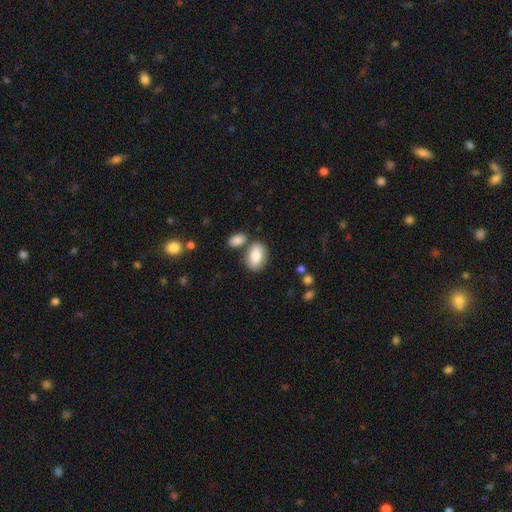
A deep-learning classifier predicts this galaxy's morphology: This is clearly a smooth galaxy (84%). How rounded: clearly in between (90%). Merging: likely none (64%).